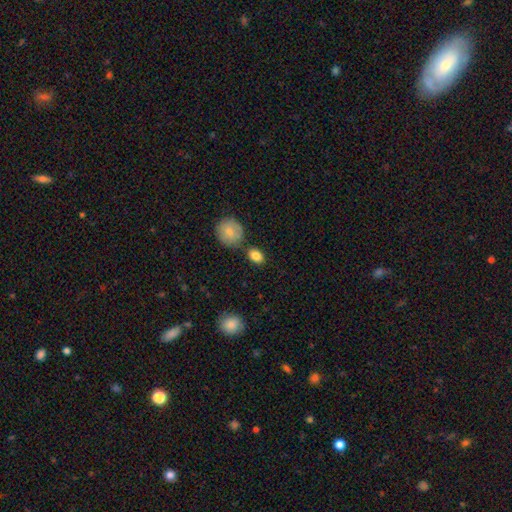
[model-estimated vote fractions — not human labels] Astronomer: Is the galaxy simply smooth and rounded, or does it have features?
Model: smooth — 85%.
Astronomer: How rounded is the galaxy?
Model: in between — 72%.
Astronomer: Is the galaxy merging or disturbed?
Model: none — 73%.